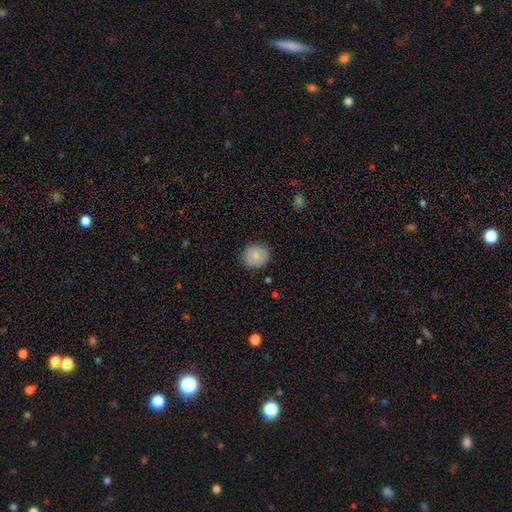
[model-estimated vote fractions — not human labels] smooth-or-featured: smooth: 81% | featured or disk: 11% | star or artifact: 8%
  how-rounded: round: 82% | in between: 17% | cigar-shaped: 1%
  merging: none: 85% | minor disturbance: 12% | major disturbance: 2% | merger: 1%